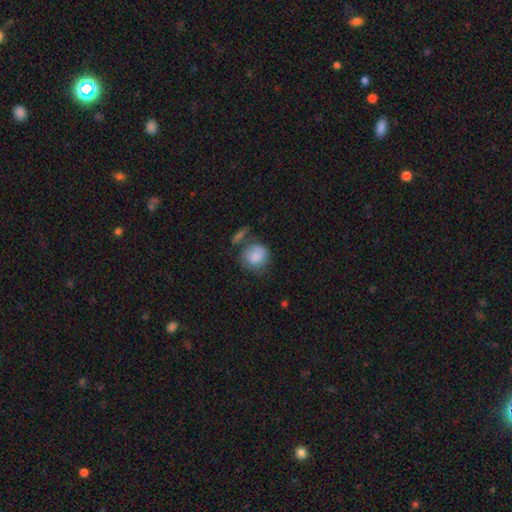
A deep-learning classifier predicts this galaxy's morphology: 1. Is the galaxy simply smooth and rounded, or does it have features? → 83% smooth, 10% featured or disk, 7% star or artifact.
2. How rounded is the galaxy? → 80% round, 19% in between, 1% cigar-shaped.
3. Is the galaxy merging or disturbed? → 53% none, 23% minor disturbance, 13% merger, 11% major disturbance.